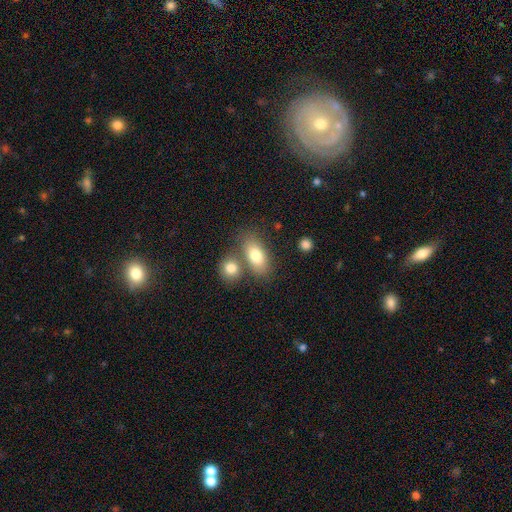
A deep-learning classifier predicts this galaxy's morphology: smooth_or_featured: smooth (p=0.78) [alt: featured or disk p=0.14]
how_rounded: in between (p=0.87) [alt: round p=0.08]
merging: none (p=0.52) [alt: merger p=0.33]